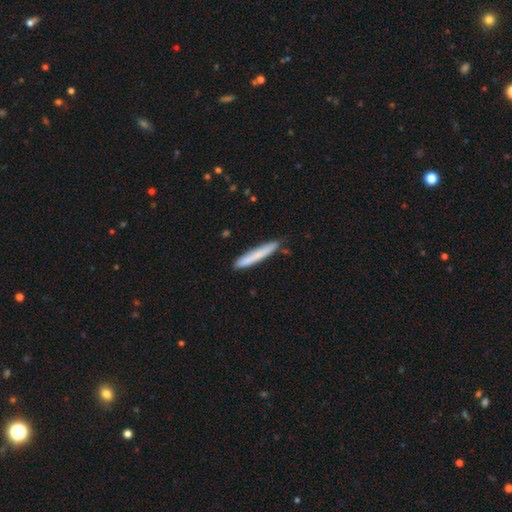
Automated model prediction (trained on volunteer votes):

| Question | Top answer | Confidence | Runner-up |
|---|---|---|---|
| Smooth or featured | smooth | 75% | featured or disk (19%) |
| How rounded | cigar-shaped | 96% | in between (3%) |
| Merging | none | 85% | minor disturbance (11%) |